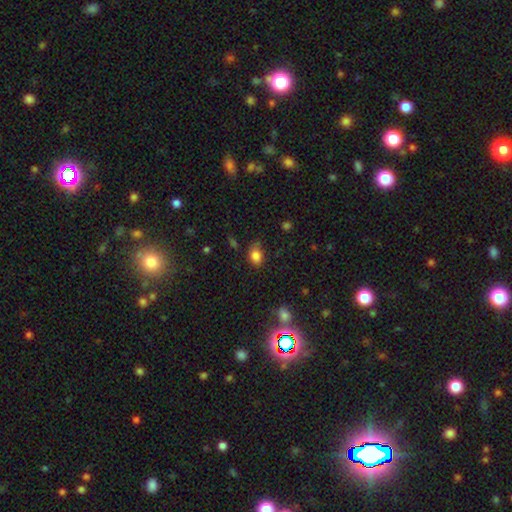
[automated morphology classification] Smooth or featured? smooth (83%)
How rounded? in between (71%)
Merging? none (60%)